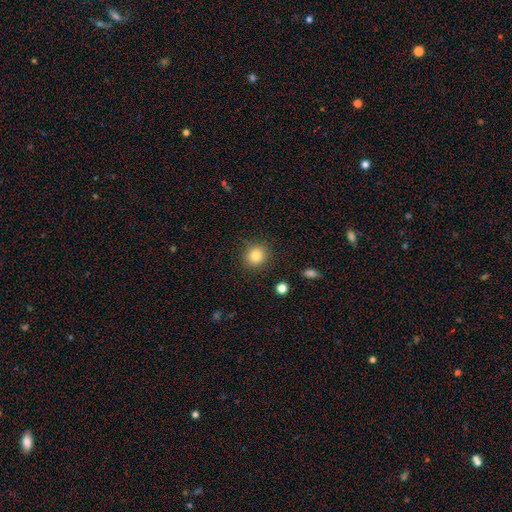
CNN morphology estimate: This appears to be a smooth galaxy with no disk features (82%) that is round (87%). Merging: none (89%).